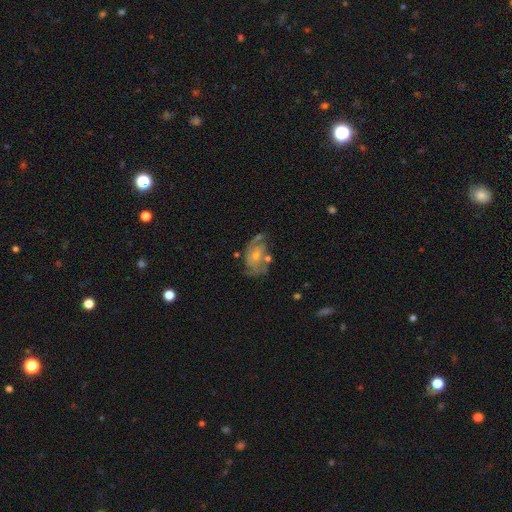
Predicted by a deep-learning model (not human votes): smooth_or_featured: featured or disk (p=0.68) [alt: smooth p=0.25]
disk_edge_on: no (p=0.97) [alt: yes p=0.03]
bar: no (p=0.73) [alt: weak p=0.23]
has_spiral_arms: yes (p=0.75) [alt: no p=0.25]
bulge_size: small (p=0.59) [alt: moderate p=0.33]
merging: none (p=0.43) [alt: minor disturbance p=0.25]